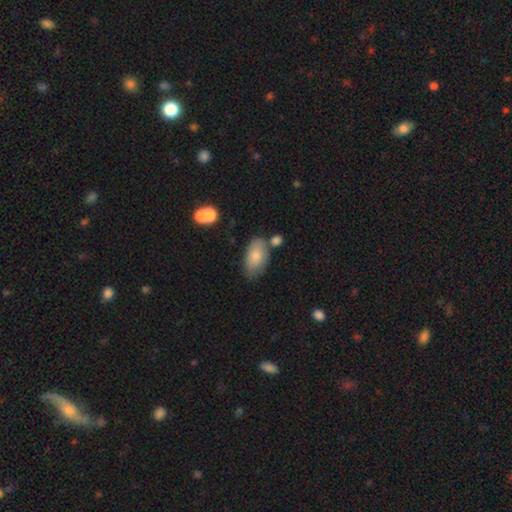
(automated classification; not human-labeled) A smooth galaxy with no disk features (79%) that is in between round and cigar-shaped (94%).

Vote fractions:
- Smooth or featured? smooth: 79% / featured or disk: 14% / star or artifact: 7%
- How rounded? in between: 94% / round: 4% / cigar-shaped: 2%
- Merging? none: 64% / minor disturbance: 20% / merger: 11% / major disturbance: 5%